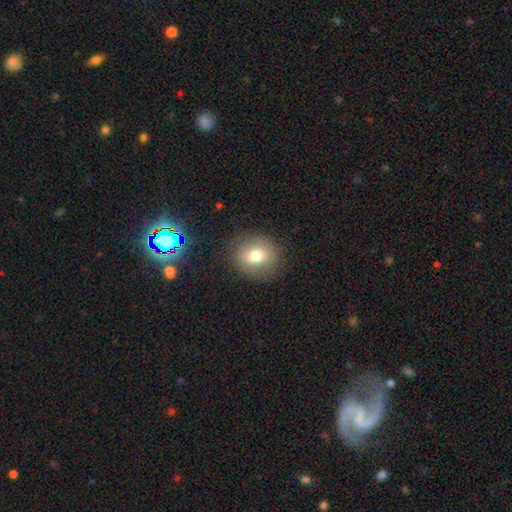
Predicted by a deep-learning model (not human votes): Overall: smooth (71%). How rounded: round (73%). Merging: none (83%).